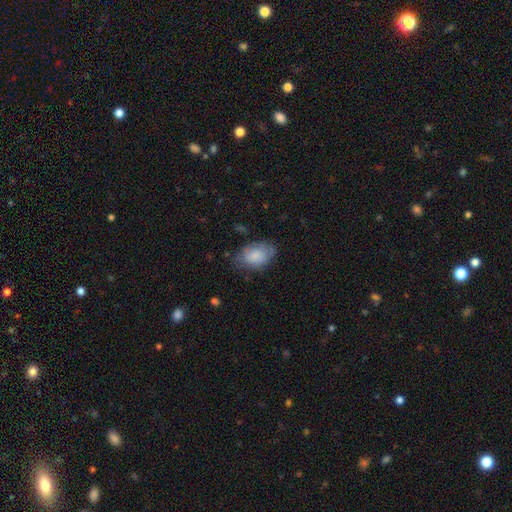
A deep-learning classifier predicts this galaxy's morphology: Smooth or featured? smooth (80%)
How rounded? in between (88%)
Merging? none (65%)